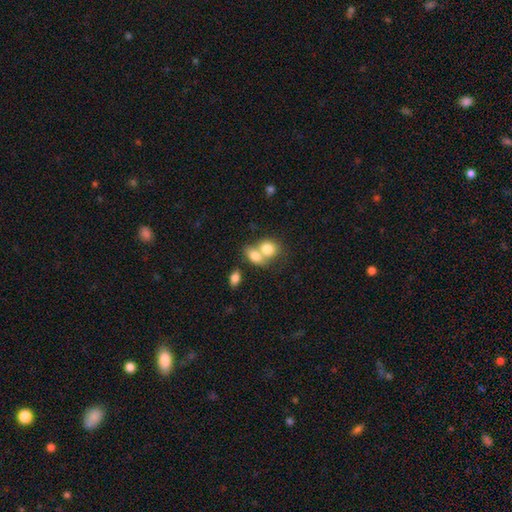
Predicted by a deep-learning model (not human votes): This appears to be a smooth galaxy with no disk features (78%) that is in between round and cigar-shaped (60%). Merging: merger (66%).